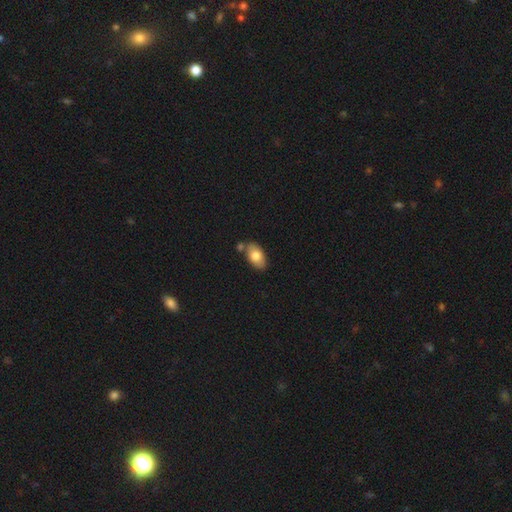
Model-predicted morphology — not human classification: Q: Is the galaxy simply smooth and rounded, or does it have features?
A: smooth — 78%.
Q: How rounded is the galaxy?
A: in between — 93%.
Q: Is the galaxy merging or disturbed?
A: none — 68%.